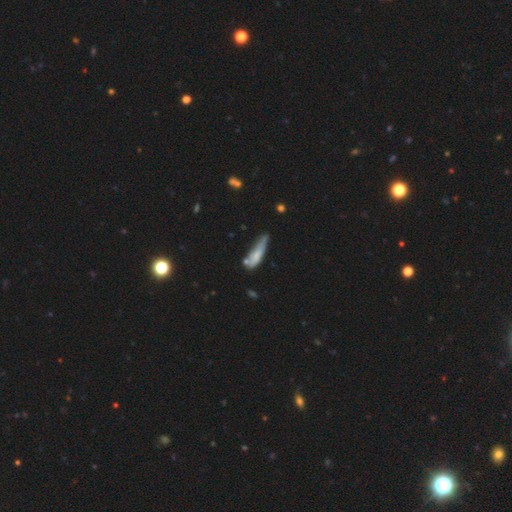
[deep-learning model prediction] Smooth or featured? smooth (64%)
How rounded? cigar-shaped (69%)
Merging? minor disturbance (36%)